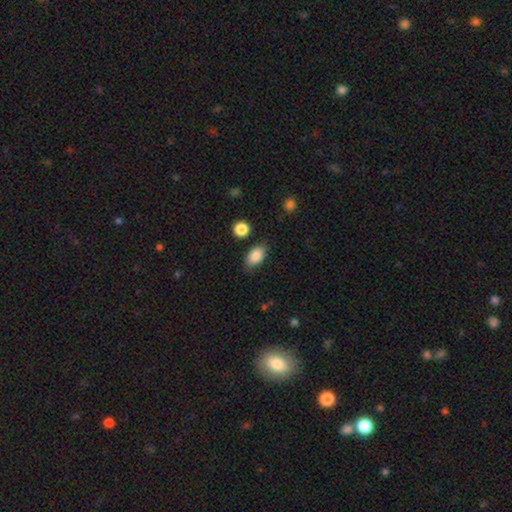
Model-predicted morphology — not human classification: smooth-or-featured: smooth: 86% | star or artifact: 7% | featured or disk: 7%
  how-rounded: in between: 90% | round: 7% | cigar-shaped: 3%
  merging: none: 79% | minor disturbance: 15% | major disturbance: 4% | merger: 3%